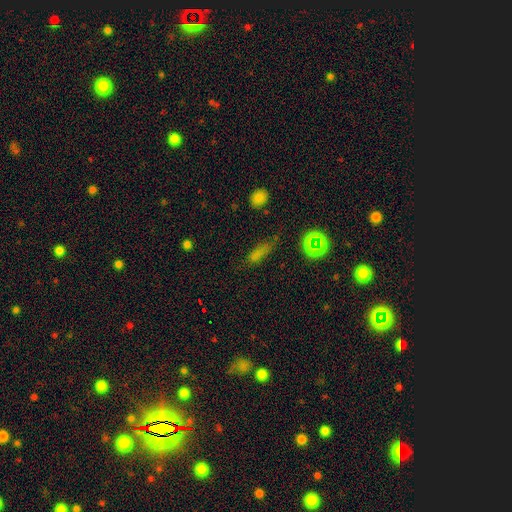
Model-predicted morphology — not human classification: smooth 58%, star or artifact 30%, featured or disk 12%. Down the decision tree: how rounded — cigar-shaped (56%); merging — none (64%).